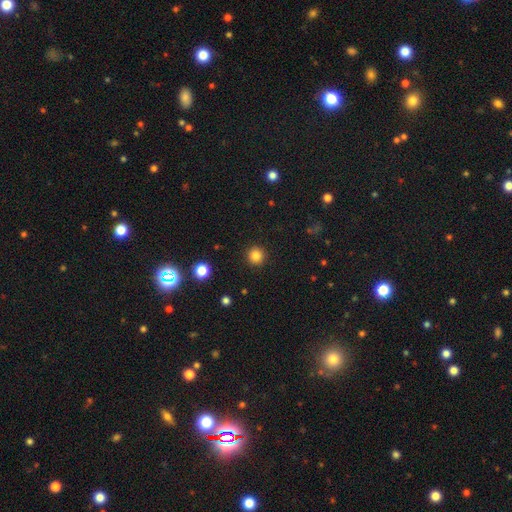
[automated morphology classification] Smooth or featured? smooth (84%)
How rounded? round (95%)
Merging? none (92%)